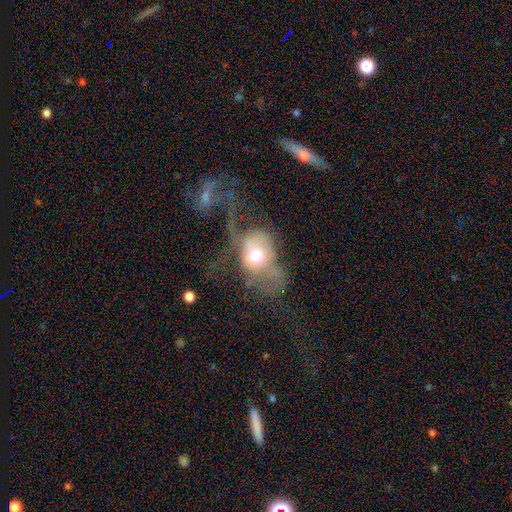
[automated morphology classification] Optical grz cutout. It shows a smooth galaxy with no disk features (52%) that is round (55%). Merging: major disturbance (64%).